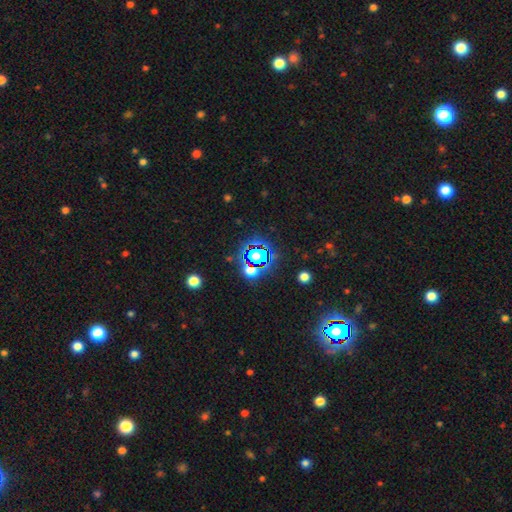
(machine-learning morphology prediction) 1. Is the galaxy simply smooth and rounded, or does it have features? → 62% star or artifact, 27% smooth, 11% featured or disk.